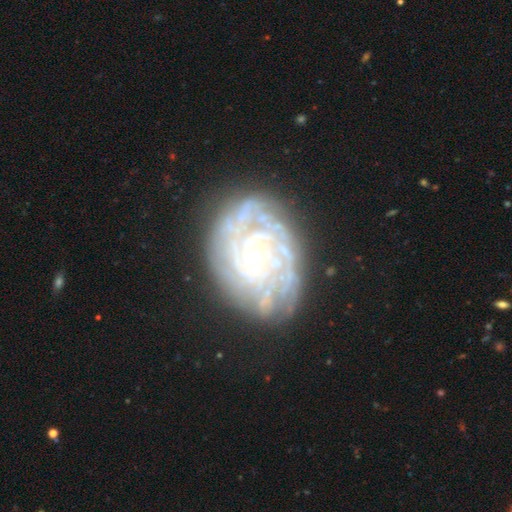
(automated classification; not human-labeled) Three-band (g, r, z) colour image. It shows a featured or disk galaxy (83%) with no bar (82%), tight (77%) spiral arms (91%) and a small central bulge (79%). Merging: none (72%).